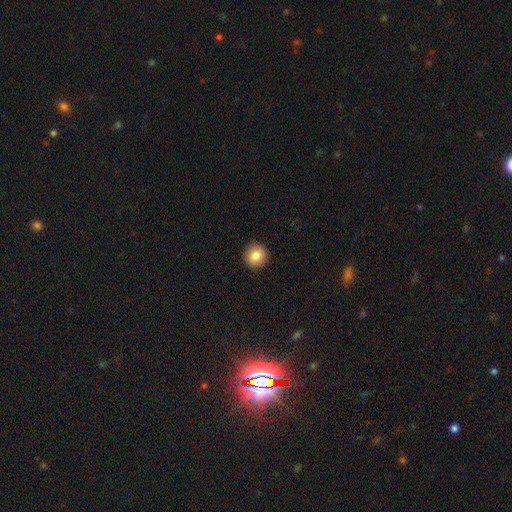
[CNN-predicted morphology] A smooth galaxy with no disk features (84%) that is round (94%). Merging: none (93%).